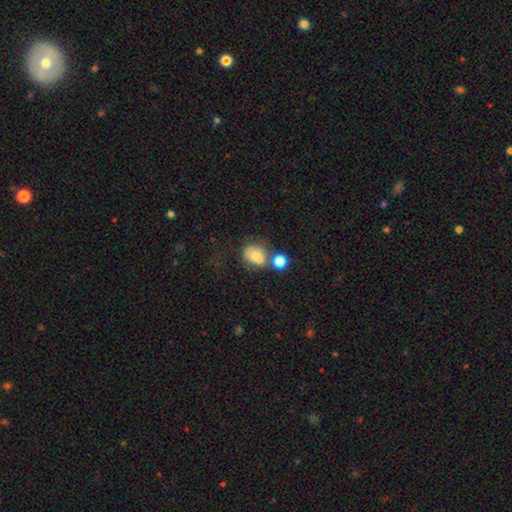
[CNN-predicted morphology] Smooth or featured? Predicted: smooth (p=0.72). How rounded? Predicted: round (p=0.58). Merging? Predicted: none (p=0.37).